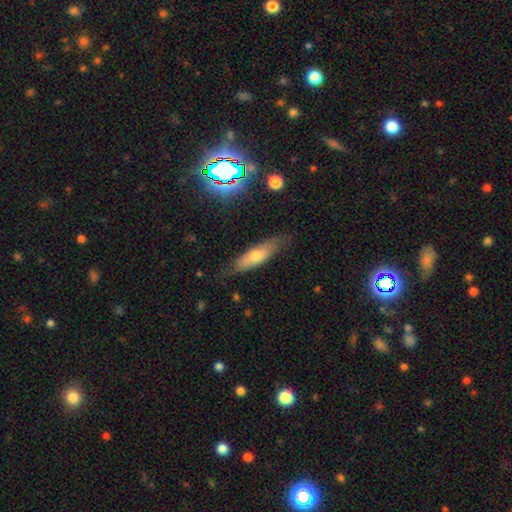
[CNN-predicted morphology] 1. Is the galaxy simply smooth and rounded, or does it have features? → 57% smooth, 35% featured or disk, 9% star or artifact.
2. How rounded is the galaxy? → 56% cigar-shaped, 42% in between, 2% round.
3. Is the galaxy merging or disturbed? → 72% none, 21% minor disturbance, 6% major disturbance, 2% merger.